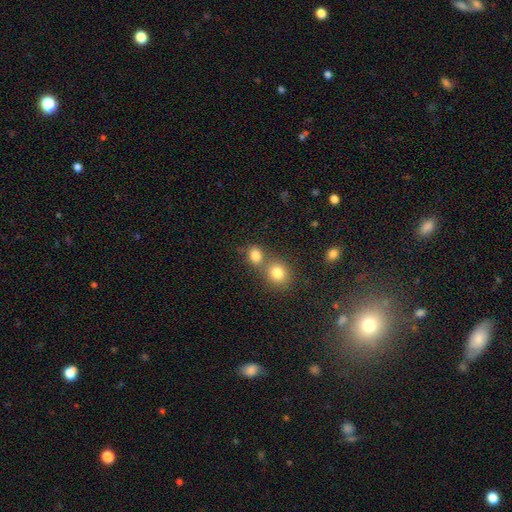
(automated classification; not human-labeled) smooth 82%, star or artifact 12%, featured or disk 6%. Down the decision tree: how rounded — round (65%); merging — none (48%).